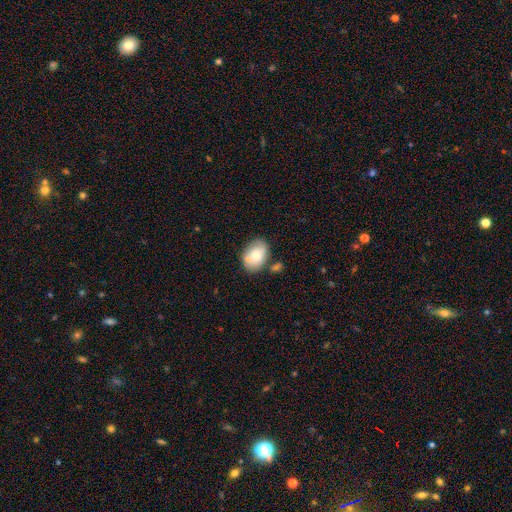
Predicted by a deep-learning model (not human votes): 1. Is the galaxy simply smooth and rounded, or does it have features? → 71% smooth, 22% featured or disk, 7% star or artifact.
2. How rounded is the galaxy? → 79% in between, 20% round, 1% cigar-shaped.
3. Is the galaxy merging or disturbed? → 58% none, 22% minor disturbance, 15% merger, 5% major disturbance.